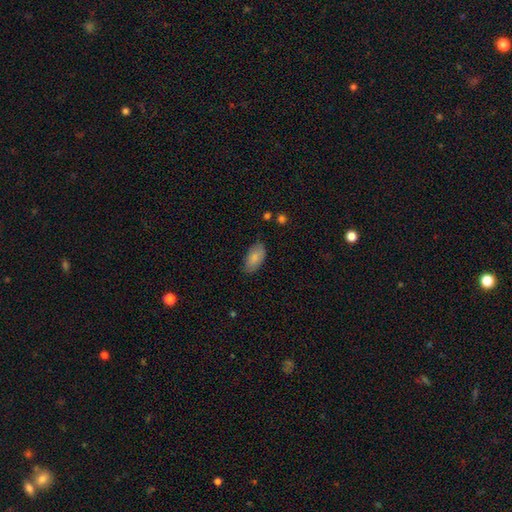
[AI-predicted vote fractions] Smooth or featured?
  - smooth: 80% *
  - featured or disk: 12%
  - star or artifact: 8%
How rounded?
  - in between: 92% *
  - cigar-shaped: 5%
  - round: 3%
Merging?
  - none: 83% *
  - minor disturbance: 13%
  - major disturbance: 3%
  - merger: 1%